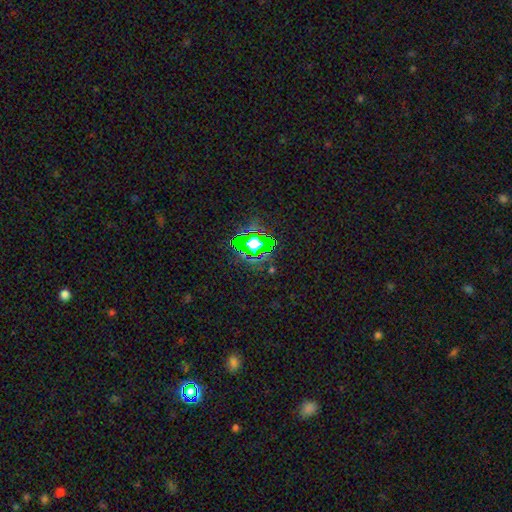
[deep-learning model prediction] Smooth or featured? Predicted: star or artifact (p=0.73).